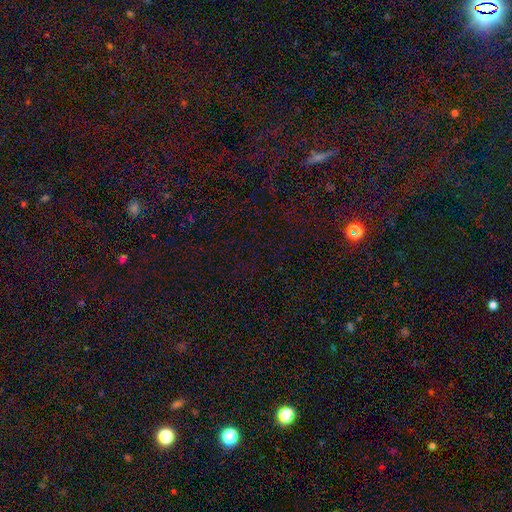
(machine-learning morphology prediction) Overall: star or artifact (76%).